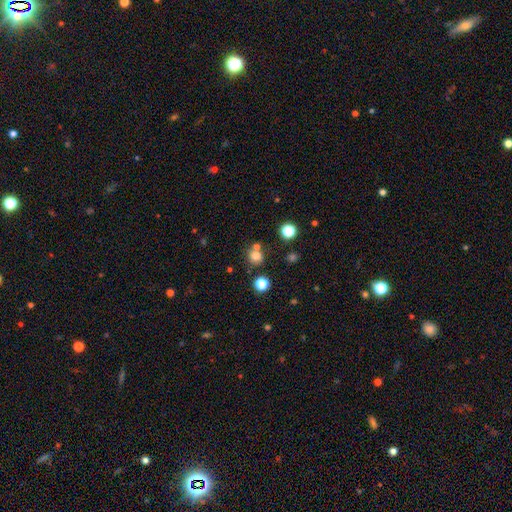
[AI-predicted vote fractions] Smooth or featured: smooth — 75% (star or artifact — 17%)
How rounded: round — 86% (in between — 13%)
Merging: none — 64% (merger — 23%)